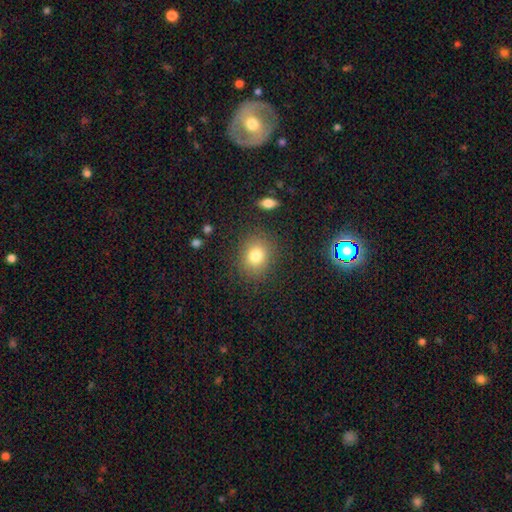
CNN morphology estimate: Q: Smooth or featured?
A: smooth (79%); runner-up: star or artifact (12%)
Q: How rounded?
A: round (68%); runner-up: in between (31%)
Q: Merging?
A: none (86%); runner-up: minor disturbance (9%)